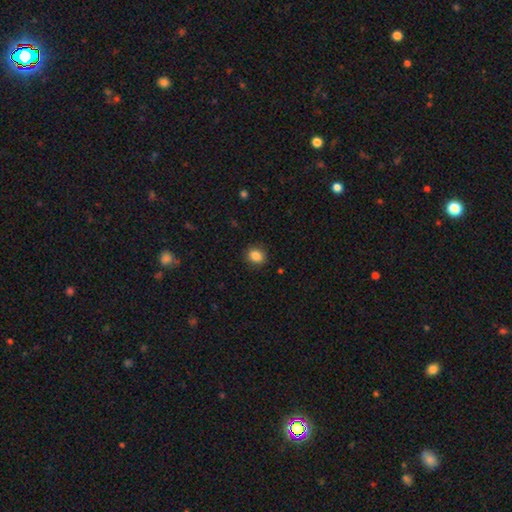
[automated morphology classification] This appears to be a smooth galaxy with no disk features (86%) that is round (60%). Merging: none (89%).